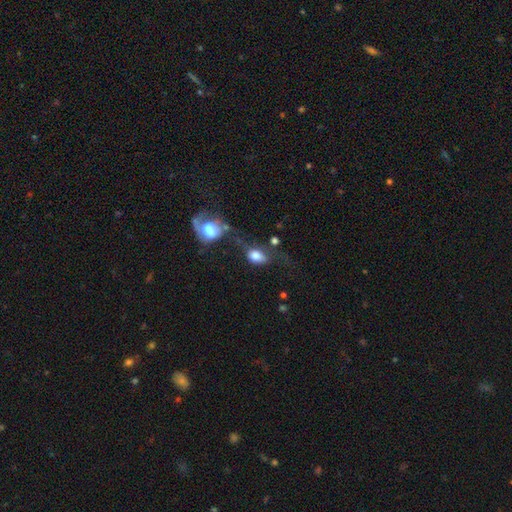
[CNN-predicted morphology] smooth 73%, featured or disk 18%, star or artifact 9%. Down the decision tree: how rounded — in between (74%); merging — major disturbance (30%).